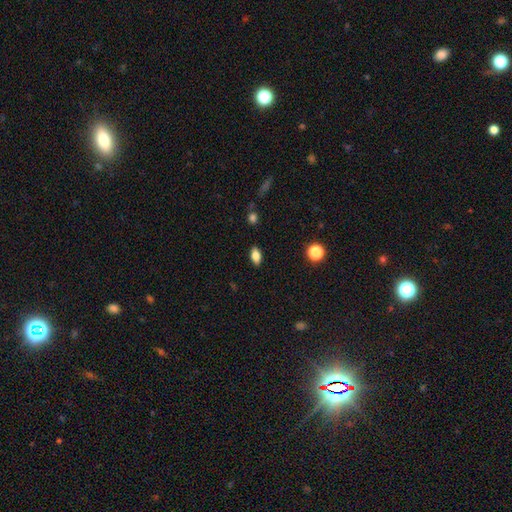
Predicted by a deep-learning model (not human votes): smooth 81%, featured or disk 10%, star or artifact 10%. Down the decision tree: how rounded — in between (87%); merging — none (88%).